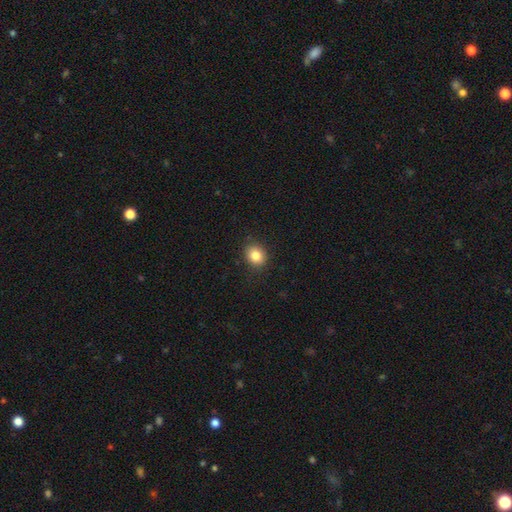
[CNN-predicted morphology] Smooth or featured? smooth (83%)
How rounded? round (65%)
Merging? none (88%)